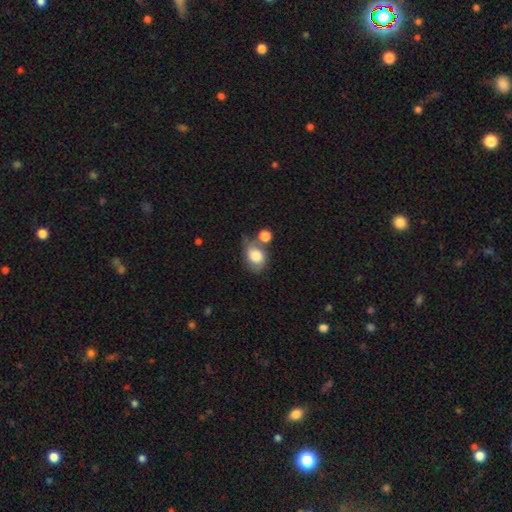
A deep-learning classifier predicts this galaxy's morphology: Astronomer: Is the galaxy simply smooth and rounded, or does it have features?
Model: smooth — 77%.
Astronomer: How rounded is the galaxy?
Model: in between — 59% (runner-up: round, 40%).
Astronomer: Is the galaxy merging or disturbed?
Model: none — 41% (runner-up: merger, 25%).